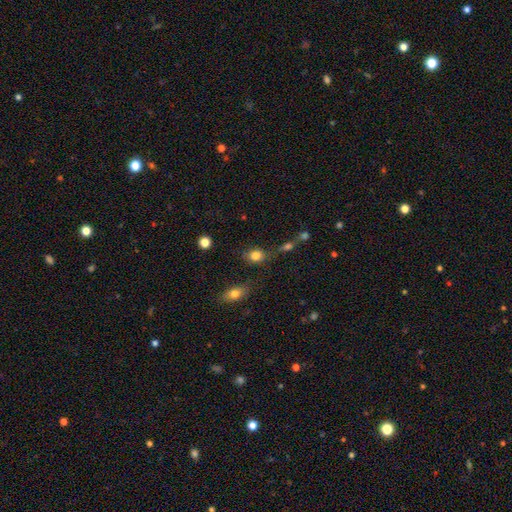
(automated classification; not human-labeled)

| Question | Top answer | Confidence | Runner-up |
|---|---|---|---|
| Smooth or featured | smooth | 82% | star or artifact (10%) |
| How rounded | round | 51% | in between (47%) |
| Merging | none | 65% | minor disturbance (17%) |